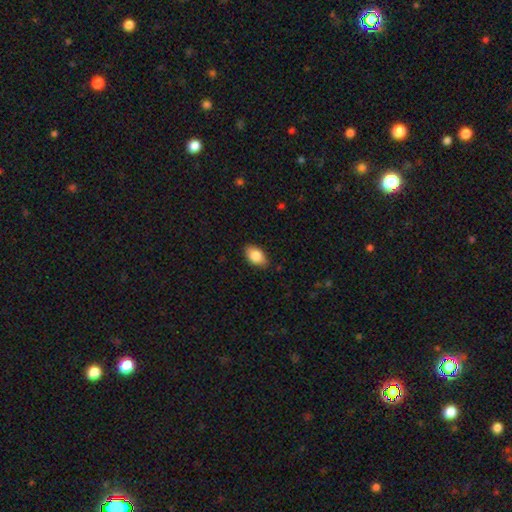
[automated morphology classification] type=smooth (84%); roundness=in between (89%); merging=none (83%).